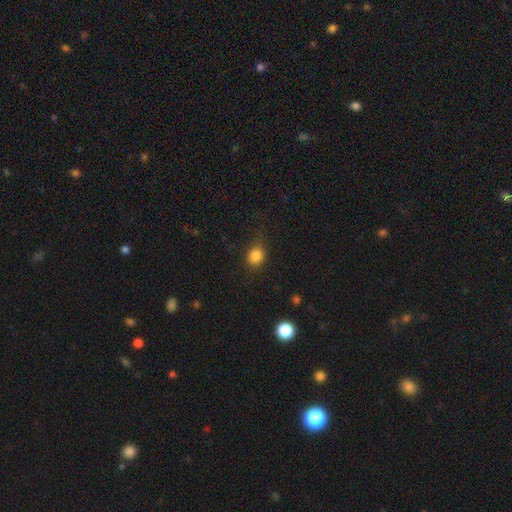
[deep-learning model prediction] smooth 84%, star or artifact 11%, featured or disk 5%. Down the decision tree: how rounded — round (65%); merging — none (72%).